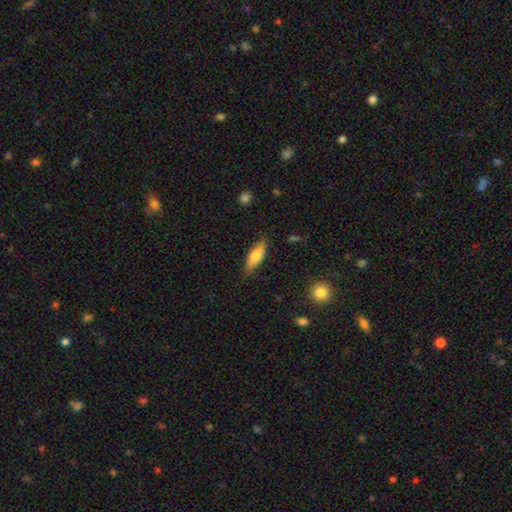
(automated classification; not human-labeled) Smooth or featured: smooth — 74% (featured or disk — 20%)
How rounded: in between — 56% (cigar-shaped — 42%)
Merging: none — 78% (minor disturbance — 17%)